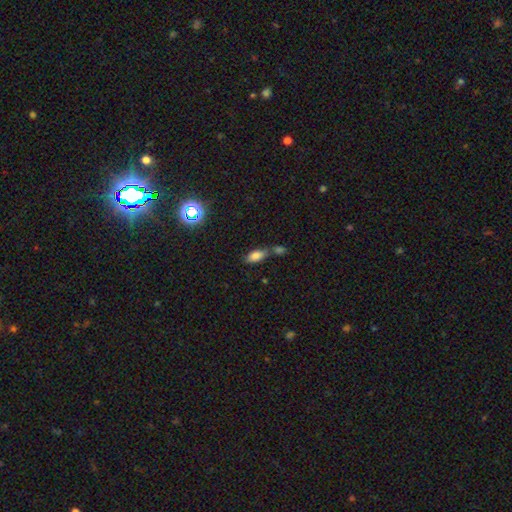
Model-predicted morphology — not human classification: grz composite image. It shows a smooth galaxy with no disk features (78%) that is in between round and cigar-shaped (85%). Merging: none (49%).